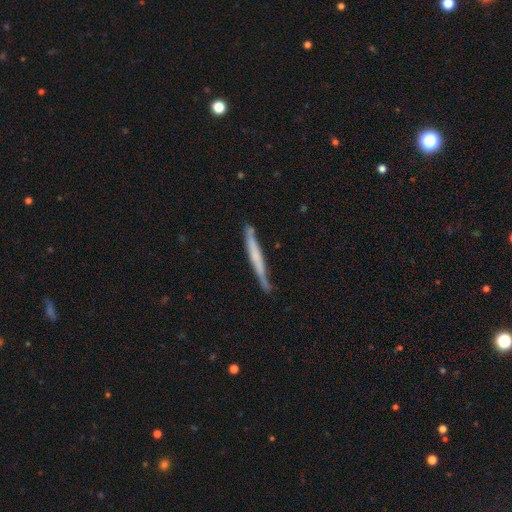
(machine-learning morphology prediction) Smooth or featured? featured or disk (51%)
Edge-on disk? yes (95%)
Merging? none (77%)